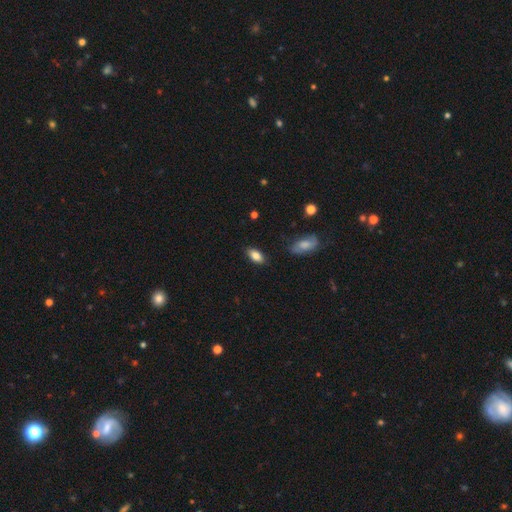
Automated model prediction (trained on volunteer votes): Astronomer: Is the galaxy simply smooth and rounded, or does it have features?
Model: smooth — 84%.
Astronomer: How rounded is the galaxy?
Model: in between — 91%.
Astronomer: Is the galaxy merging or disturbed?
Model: none — 85%.